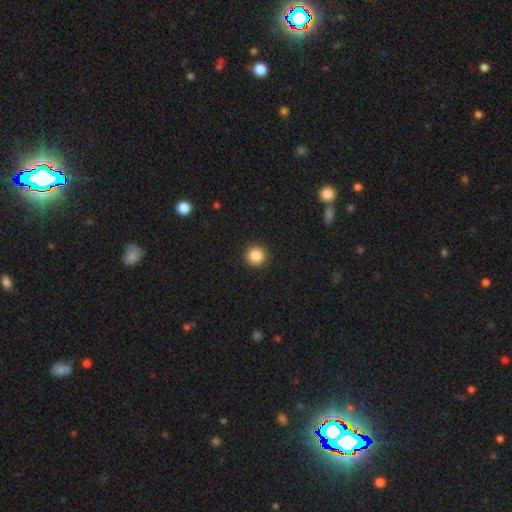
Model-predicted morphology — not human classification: Smooth or featured?
  - smooth: 86% *
  - star or artifact: 10%
  - featured or disk: 4%
How rounded?
  - round: 94% *
  - in between: 5%
  - cigar-shaped: 1%
Merging?
  - none: 93% *
  - minor disturbance: 5%
  - major disturbance: 2%
  - merger: 1%